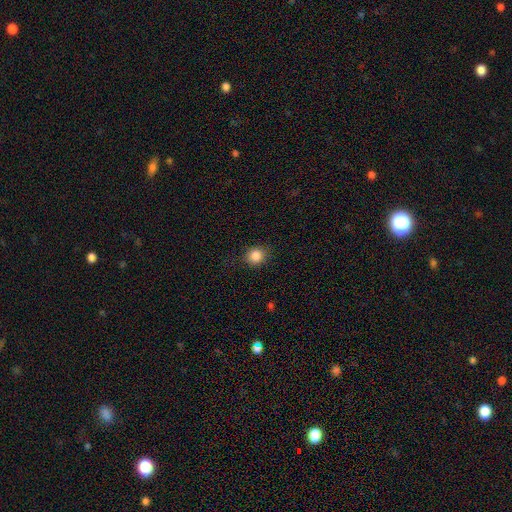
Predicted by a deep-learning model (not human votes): Smooth or featured: smooth — 85% (star or artifact — 11%)
How rounded: round — 84% (in between — 15%)
Merging: none — 86% (minor disturbance — 10%)